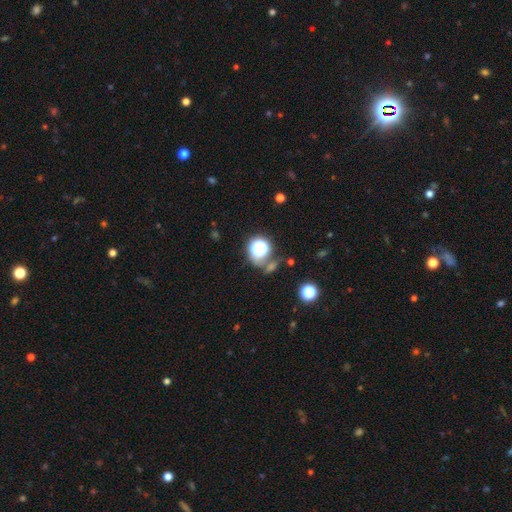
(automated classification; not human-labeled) The model was most divided on "smooth or featured": star or artifact: 64%, smooth: 28%, featured or disk: 8%.